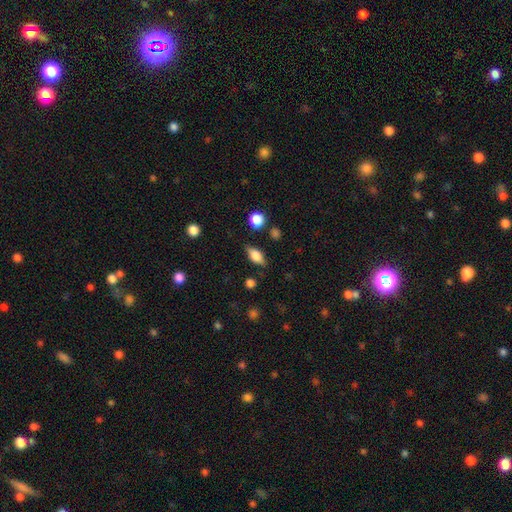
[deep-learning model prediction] Overall: smooth (66%). How rounded: in between (79%). Merging: none (79%).